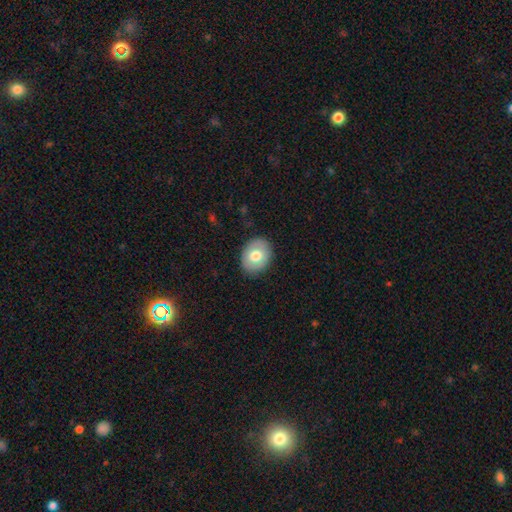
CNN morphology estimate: Q: Smooth or featured?
A: smooth (72%); runner-up: featured or disk (21%)
Q: How rounded?
A: in between (59%); runner-up: round (41%)
Q: Merging?
A: none (87%); runner-up: minor disturbance (10%)